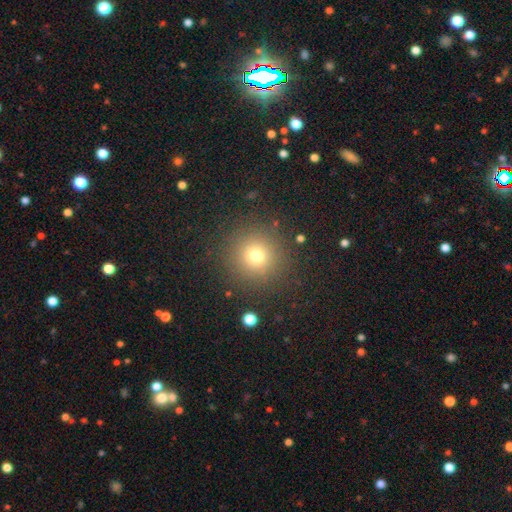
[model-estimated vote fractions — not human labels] This appears to be a smooth galaxy with no disk features (72%) that is round (95%). Merging: none (88%).